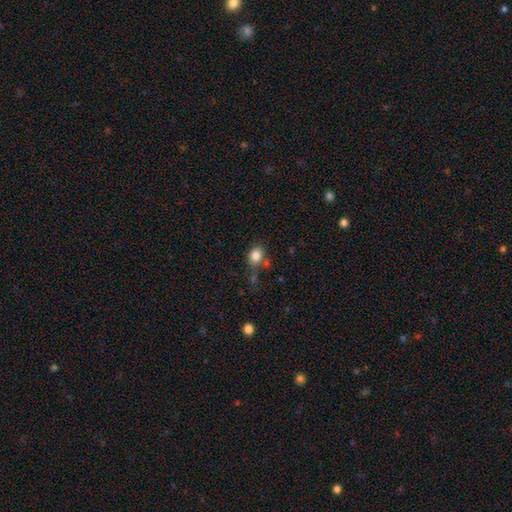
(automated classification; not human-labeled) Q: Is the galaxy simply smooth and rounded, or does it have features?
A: smooth — 84%.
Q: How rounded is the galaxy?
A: round — 54%.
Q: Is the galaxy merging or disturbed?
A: none — 67%.